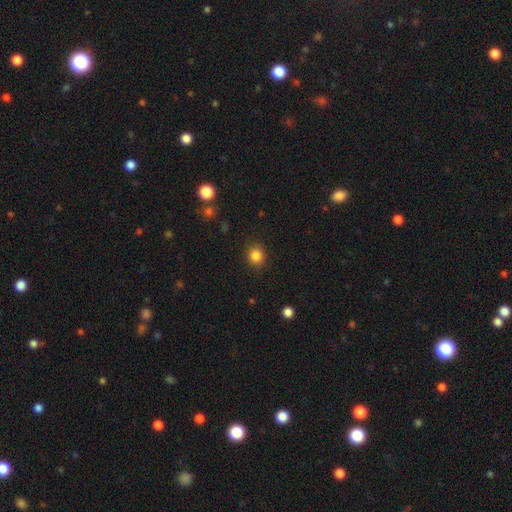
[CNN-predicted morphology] Smooth or featured? smooth (84%)
How rounded? round (82%)
Merging? none (89%)